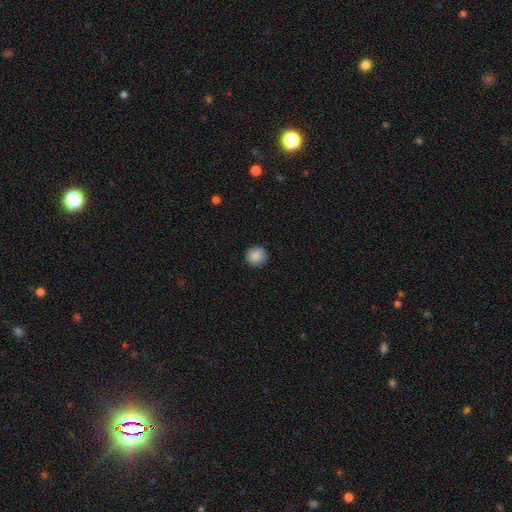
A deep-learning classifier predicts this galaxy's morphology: This is clearly a smooth galaxy (88%). How rounded: clearly round (93%). Merging: clearly none (89%).